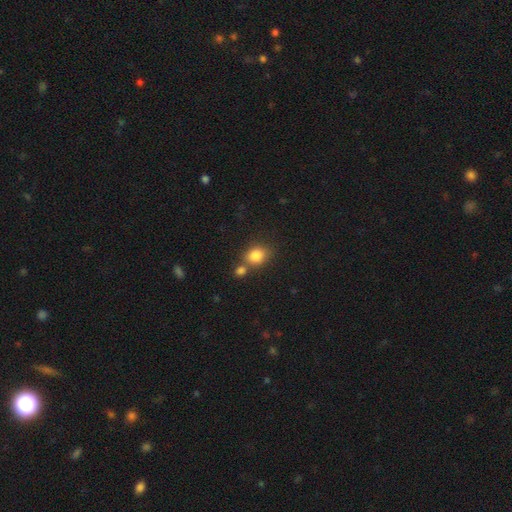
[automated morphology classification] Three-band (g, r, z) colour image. It shows a smooth galaxy with no disk features (84%) that is round (52%). Merging: none (54%).